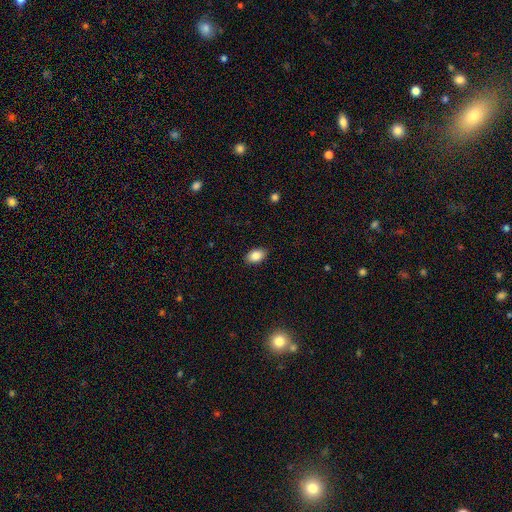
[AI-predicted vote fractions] Q: Smooth or featured?
A: smooth (85%); runner-up: star or artifact (8%)
Q: How rounded?
A: in between (89%); runner-up: round (10%)
Q: Merging?
A: none (88%); runner-up: minor disturbance (9%)